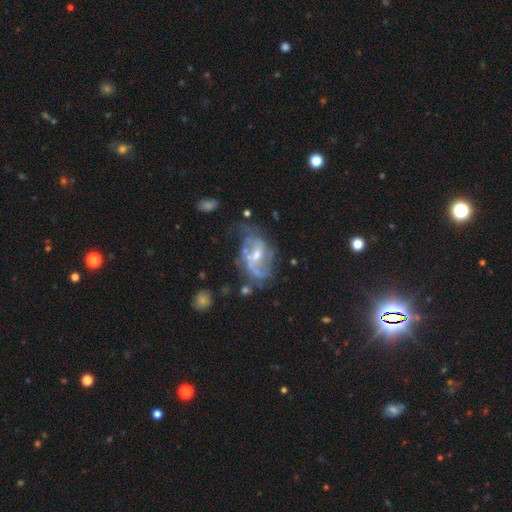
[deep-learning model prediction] A featured or disk galaxy (82%) with a weak bar (48%), 2 (65%) loose (42%) spiral arms (87%) and a moderate central bulge (50%). Merging: none (47%).